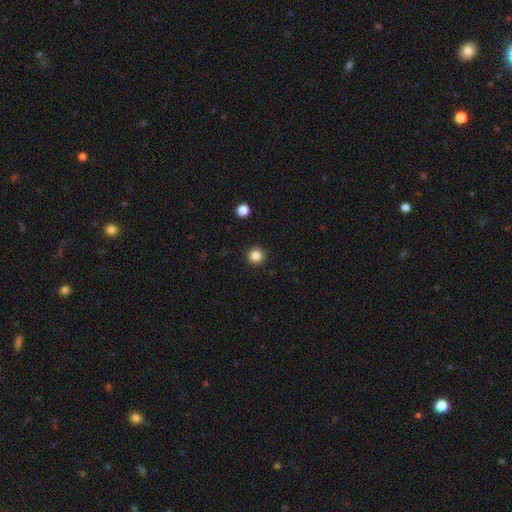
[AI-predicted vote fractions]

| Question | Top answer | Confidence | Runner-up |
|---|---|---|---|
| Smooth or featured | smooth | 84% | star or artifact (12%) |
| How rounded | round | 96% | in between (3%) |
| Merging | none | 93% | minor disturbance (4%) |